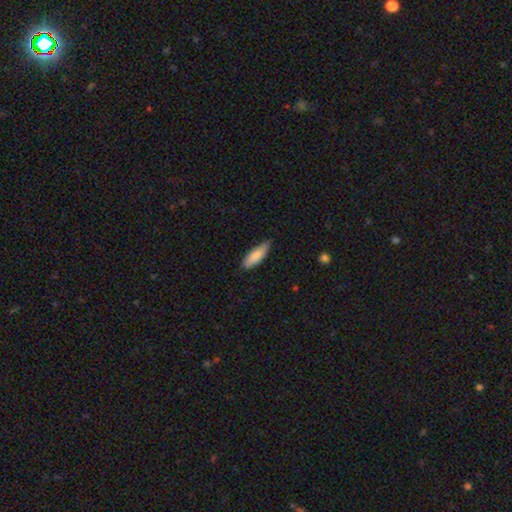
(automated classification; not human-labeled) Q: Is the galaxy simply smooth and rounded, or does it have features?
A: smooth — 83%.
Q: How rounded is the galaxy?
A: in between — 57%.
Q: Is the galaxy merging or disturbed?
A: none — 71%.